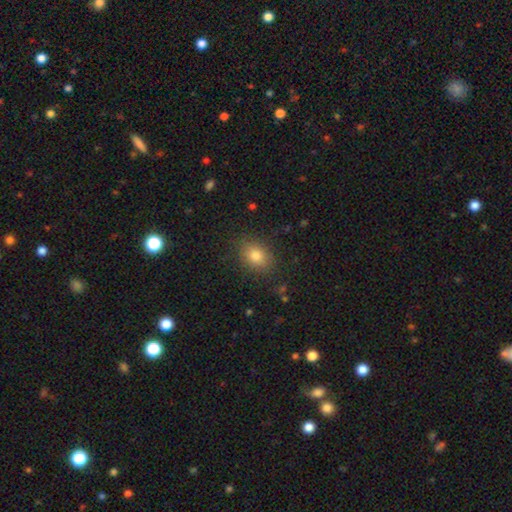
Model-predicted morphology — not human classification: smooth 81%, star or artifact 11%, featured or disk 8%. Down the decision tree: how rounded — in between (63%); merging — none (85%).